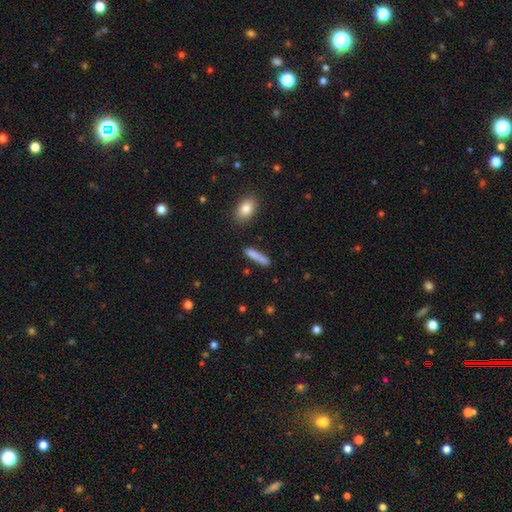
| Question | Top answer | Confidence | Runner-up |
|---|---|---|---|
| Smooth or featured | smooth | 87% | featured or disk (8%) |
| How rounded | cigar-shaped | 94% | in between (6%) |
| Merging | none | 81% | merger (11%) |